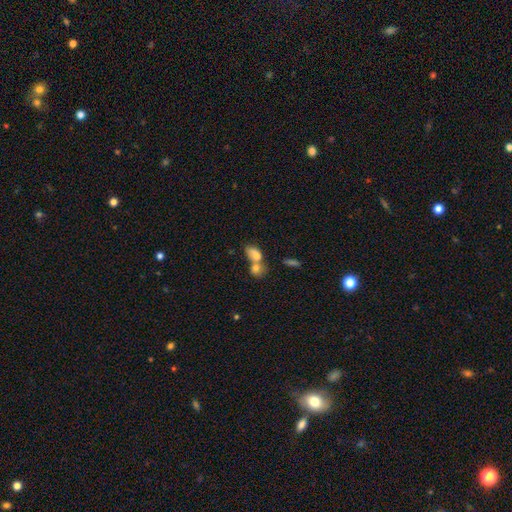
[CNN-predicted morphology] Overall: smooth (72%). How rounded: in between (74%). Merging: merger (68%).